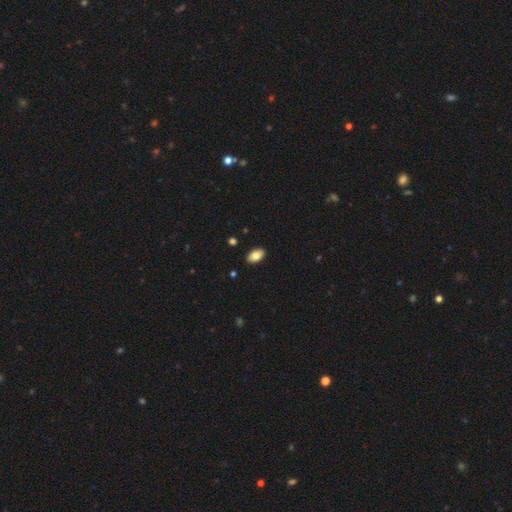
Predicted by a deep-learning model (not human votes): Smooth or featured? smooth (81%)
How rounded? in between (93%)
Merging? none (90%)